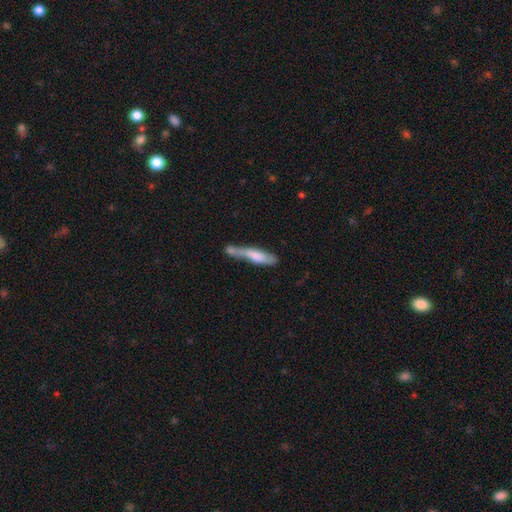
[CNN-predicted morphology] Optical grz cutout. It shows a smooth galaxy with no disk features (67%) that is cigar-shaped (79%). Merging: merger (36%).